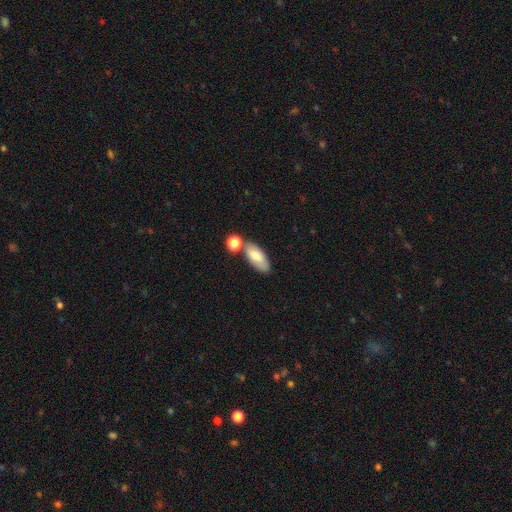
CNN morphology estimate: The model was most divided on "merging": none: 60%, merger: 21%, minor disturbance: 15%, major disturbance: 4%. More confident: how rounded — in between (84%); smooth or featured — smooth (75%).